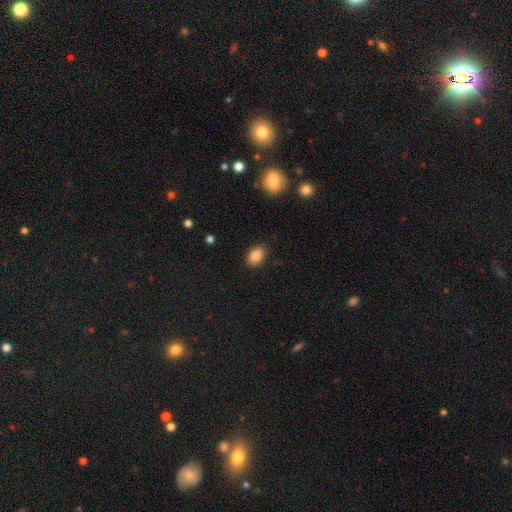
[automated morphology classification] This appears to be a smooth galaxy with no disk features (88%) that is in between round and cigar-shaped (83%). Merging: none (86%).